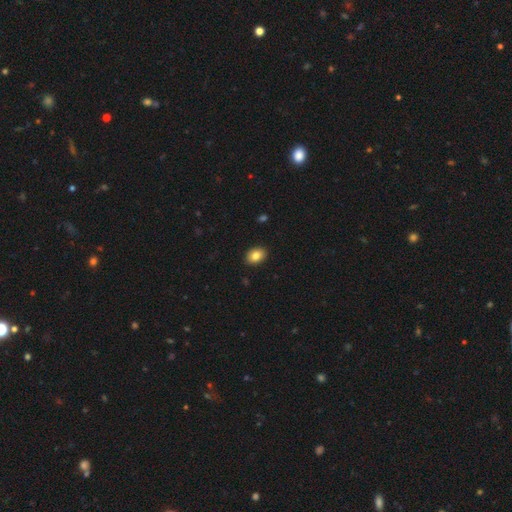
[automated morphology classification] smooth 83%, star or artifact 8%, featured or disk 8%. Down the decision tree: how rounded — in between (75%); merging — none (90%).